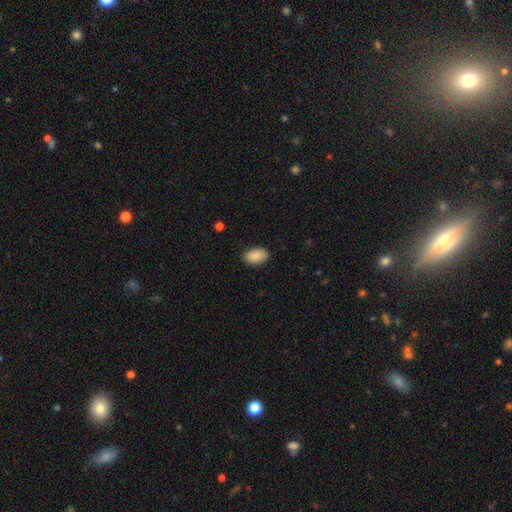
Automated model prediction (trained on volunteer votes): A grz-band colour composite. It shows a smooth galaxy with no disk features (90%) that is in between round and cigar-shaped (93%). Merging: none (88%).